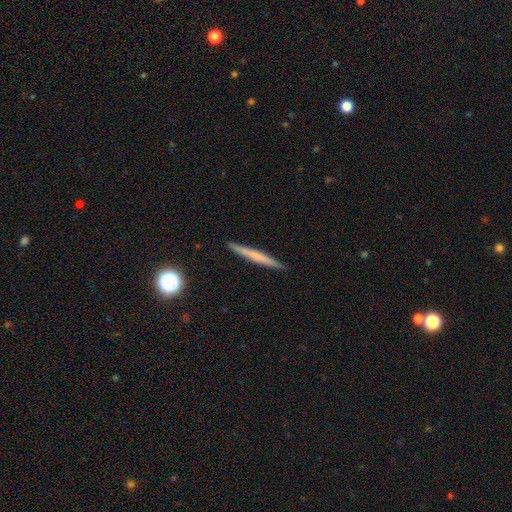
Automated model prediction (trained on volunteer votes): smooth-or-featured: smooth: 52% | featured or disk: 40% | star or artifact: 7%
  how-rounded: cigar-shaped: 96% | in between: 2% | round: 2%
  merging: none: 91% | minor disturbance: 6% | major disturbance: 1% | merger: 1%